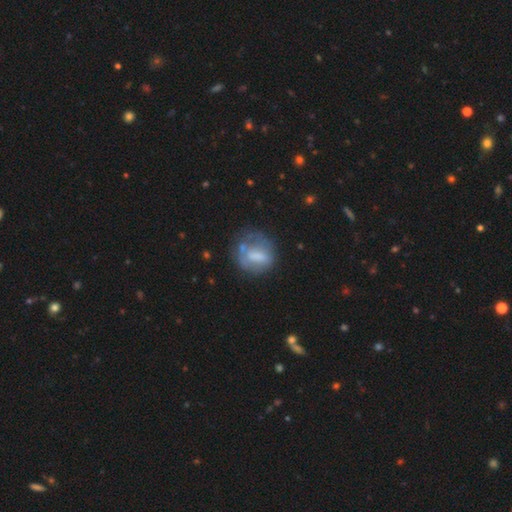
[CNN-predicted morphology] This appears to be a smooth galaxy with no disk features (51%) that is round (64%). Merging: none (50%).